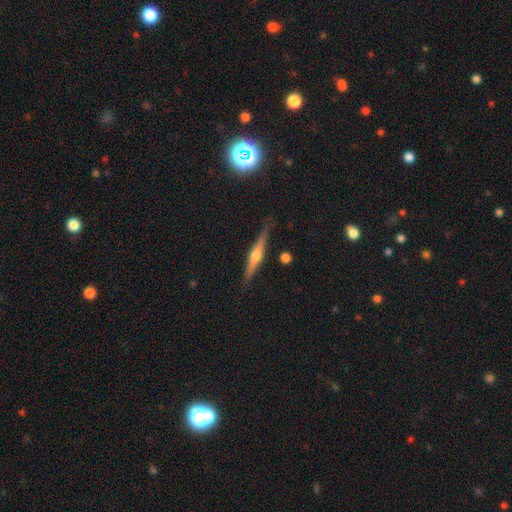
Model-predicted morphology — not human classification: Smooth or featured? featured or disk (69%)
Edge-on disk? yes (97%)
Edge-on bulge? rounded (90%)
Merging? none (84%)